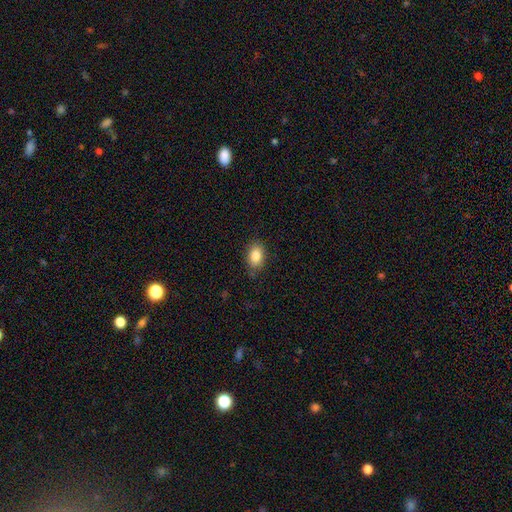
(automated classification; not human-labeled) Morphology: type=smooth (85%); roundness=in between (82%); merging=none (82%).